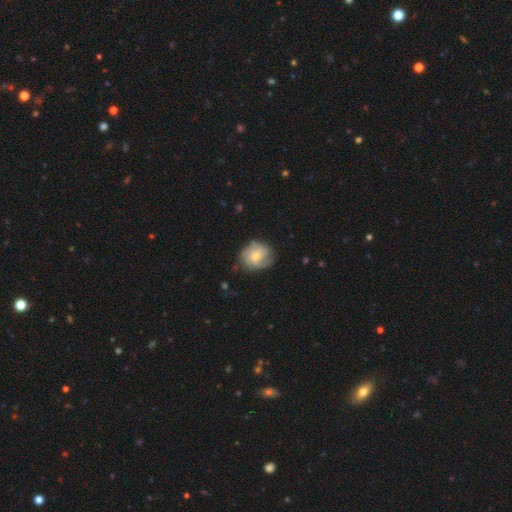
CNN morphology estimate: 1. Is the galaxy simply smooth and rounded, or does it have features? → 61% featured or disk, 32% smooth, 7% star or artifact.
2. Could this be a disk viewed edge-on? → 98% no, 2% yes.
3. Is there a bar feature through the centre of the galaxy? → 70% no, 27% weak, 4% strong.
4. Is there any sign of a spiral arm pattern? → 87% yes, 13% no.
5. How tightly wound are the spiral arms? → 48% tight, 36% medium, 15% loose.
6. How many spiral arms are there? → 35% can't tell, 25% 2, 23% 3, 8% 4, 5% 1, 4% more than 4.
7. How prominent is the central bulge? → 52% small, 43% moderate, 2% none, 2% large, 1% dominant.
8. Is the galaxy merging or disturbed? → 70% none, 21% minor disturbance, 7% major disturbance, 1% merger.